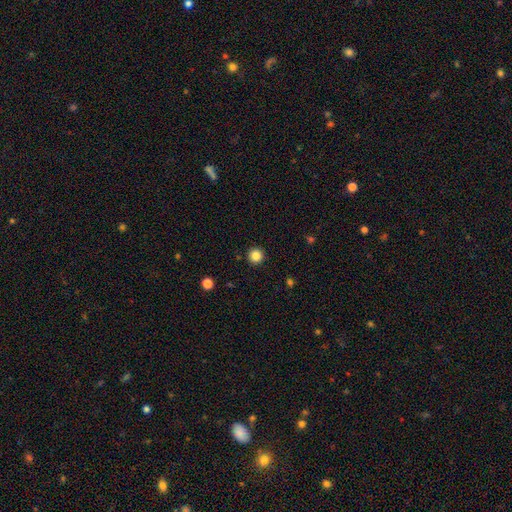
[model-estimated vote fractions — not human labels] A smooth galaxy with no disk features (85%) that is round (96%). Merging: none (93%).